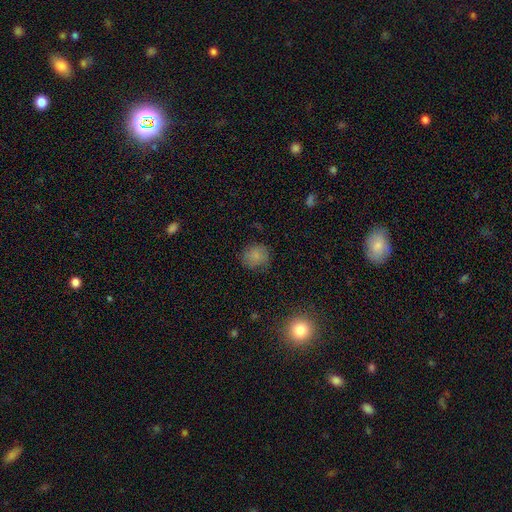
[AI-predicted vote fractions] The model was most divided on "merging": none: 73%, minor disturbance: 20%, major disturbance: 5%, merger: 1%. More confident: how rounded — round (82%); smooth or featured — smooth (80%).